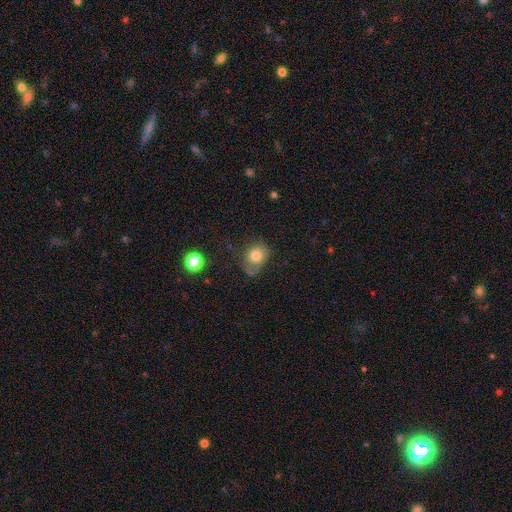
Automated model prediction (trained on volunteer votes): smooth 76%, featured or disk 15%, star or artifact 10%. Down the decision tree: how rounded — round (56%); merging — none (42%).